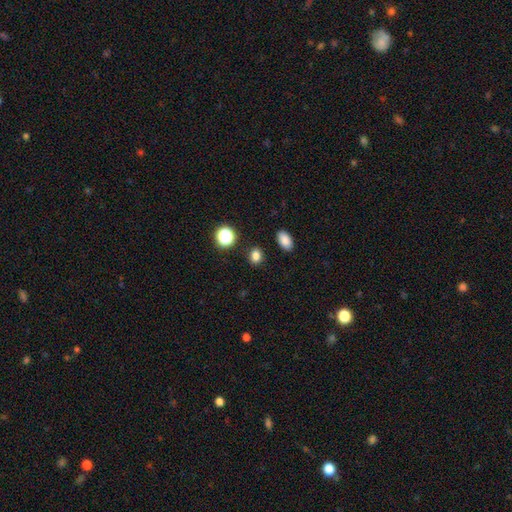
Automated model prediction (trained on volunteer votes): The model was most divided on "how rounded": in between: 57%, round: 41%, cigar-shaped: 1%. More confident: merging — none (87%); smooth or featured — smooth (82%).